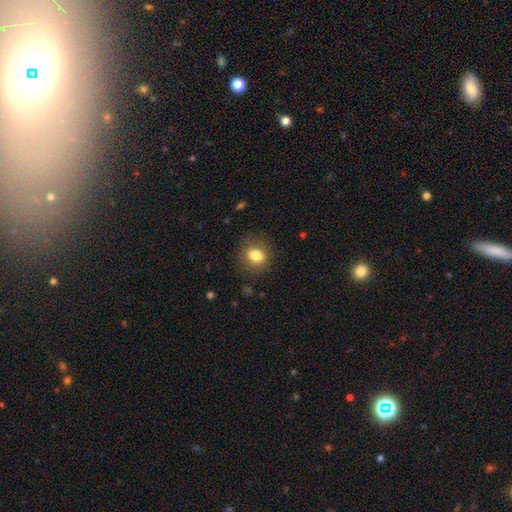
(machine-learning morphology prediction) This appears to be a smooth galaxy with no disk features (80%) that is round (59%). Merging: none (84%).